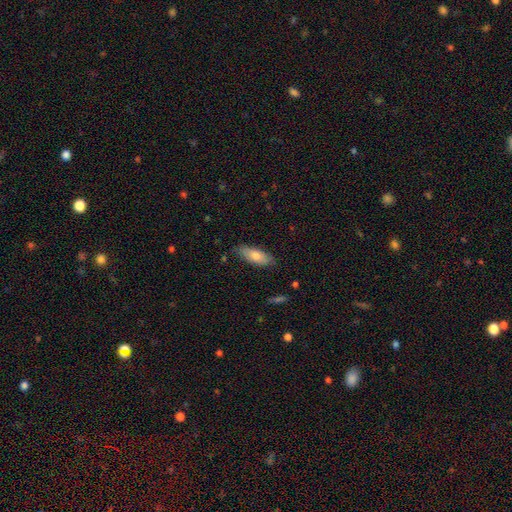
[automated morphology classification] The model was most divided on "how rounded": in between: 73%, cigar-shaped: 25%, round: 2%. More confident: merging — none (78%); smooth or featured — smooth (77%).